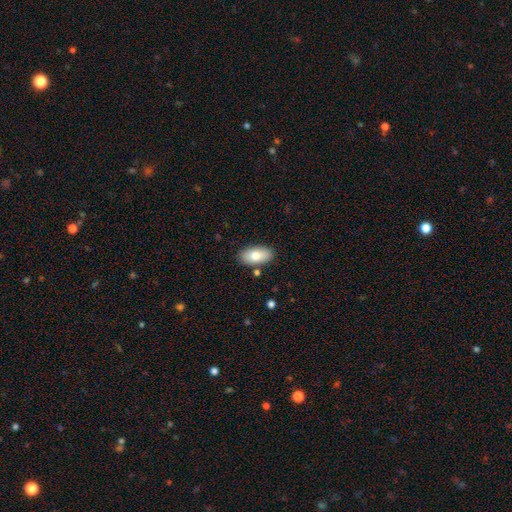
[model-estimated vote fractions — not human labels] smooth-or-featured: smooth: 79% | featured or disk: 14% | star or artifact: 7%
  how-rounded: in between: 94% | cigar-shaped: 3% | round: 3%
  merging: none: 84% | minor disturbance: 10% | merger: 3% | major disturbance: 2%